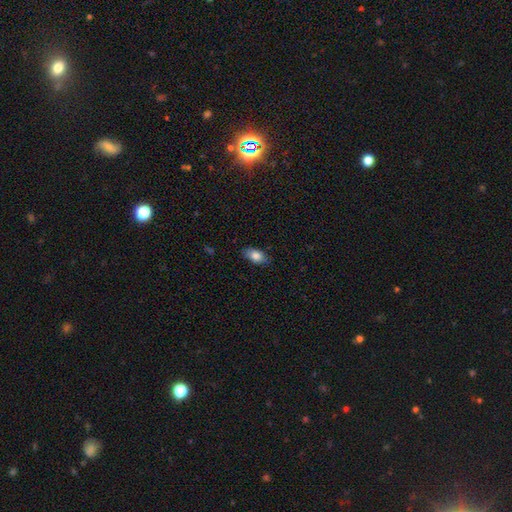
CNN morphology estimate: smooth-or-featured: smooth: 83% | featured or disk: 10% | star or artifact: 7%
  how-rounded: in between: 90% | round: 6% | cigar-shaped: 4%
  merging: none: 84% | minor disturbance: 13% | major disturbance: 2% | merger: 1%